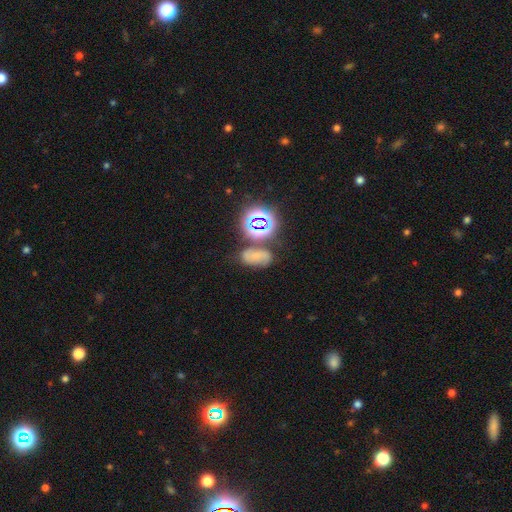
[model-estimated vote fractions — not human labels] smooth 39%, featured or disk 31%, star or artifact 30%. Down the decision tree: merging — none (56%).